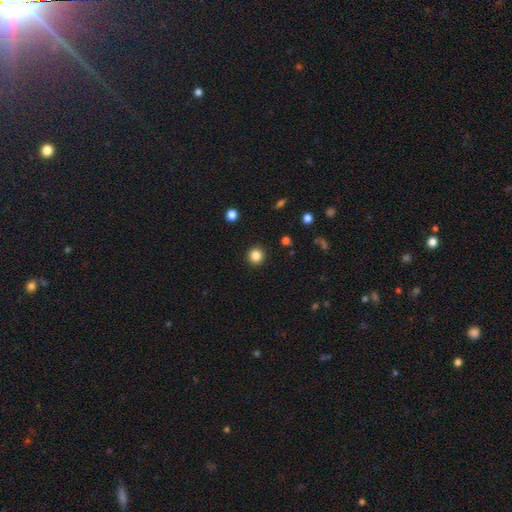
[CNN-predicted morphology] A smooth galaxy with no disk features (85%) that is round (94%). Merging: none (92%).